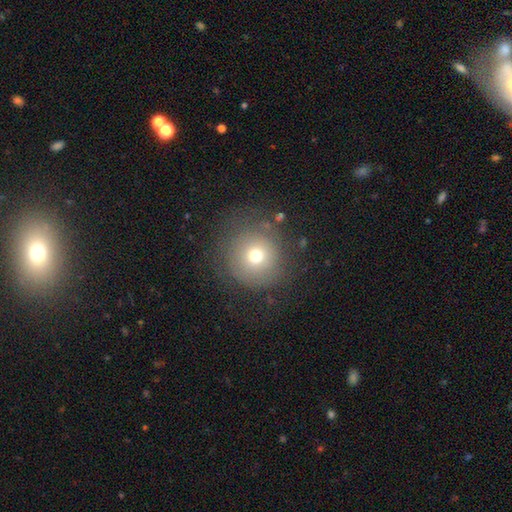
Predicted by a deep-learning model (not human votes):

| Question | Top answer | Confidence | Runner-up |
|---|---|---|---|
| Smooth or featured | smooth | 68% | featured or disk (16%) |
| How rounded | round | 94% | in between (5%) |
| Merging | none | 77% | minor disturbance (13%) |